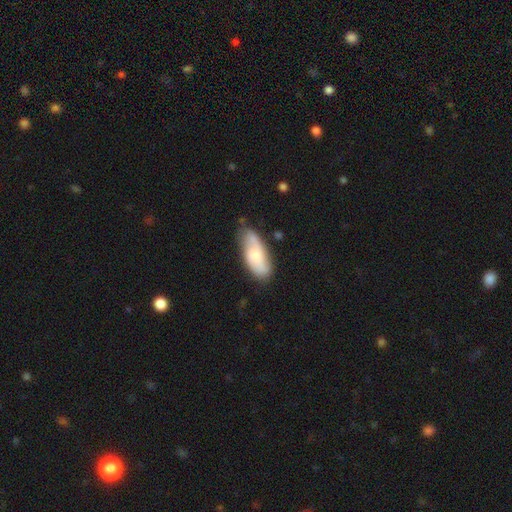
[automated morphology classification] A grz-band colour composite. It shows a smooth galaxy with no disk features (61%) that is in between round and cigar-shaped (80%). Merging: none (64%).